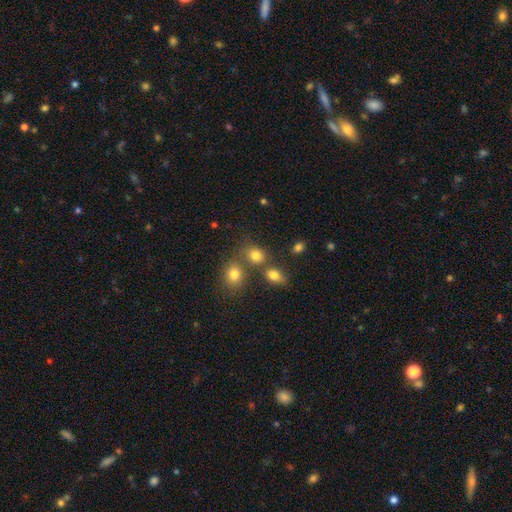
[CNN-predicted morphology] smooth_or_featured: smooth (p=0.79) [alt: star or artifact p=0.14]
how_rounded: round (p=0.60) [alt: in between p=0.39]
merging: none (p=0.58) [alt: merger p=0.26]